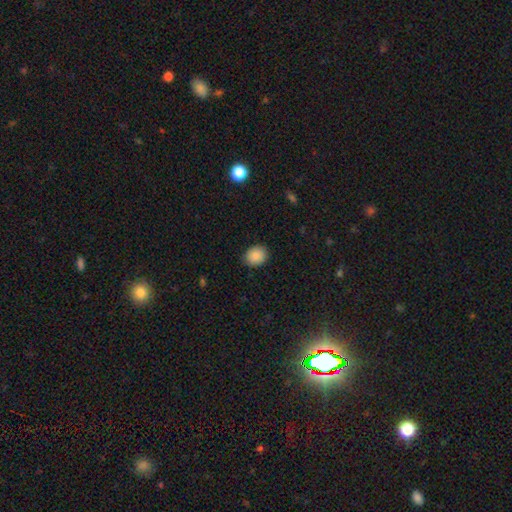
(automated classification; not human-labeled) The model was most divided on "how rounded": round: 61%, in between: 39%, cigar-shaped: 1%. More confident: smooth or featured — smooth (89%); merging — none (88%).